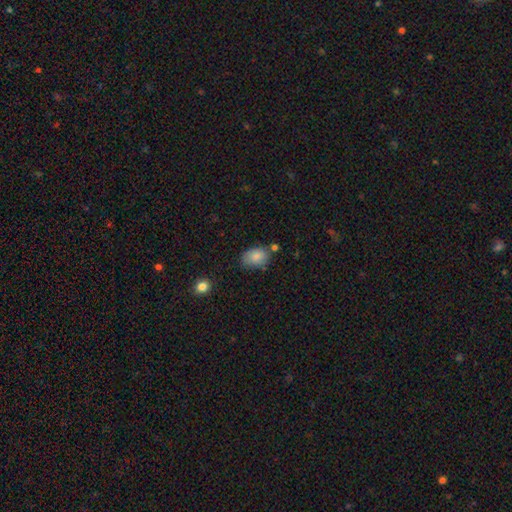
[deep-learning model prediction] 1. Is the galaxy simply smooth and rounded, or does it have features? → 84% smooth, 8% featured or disk, 8% star or artifact.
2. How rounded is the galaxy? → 80% in between, 19% round, 1% cigar-shaped.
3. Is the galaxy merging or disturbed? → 61% none, 26% minor disturbance, 7% merger, 6% major disturbance.